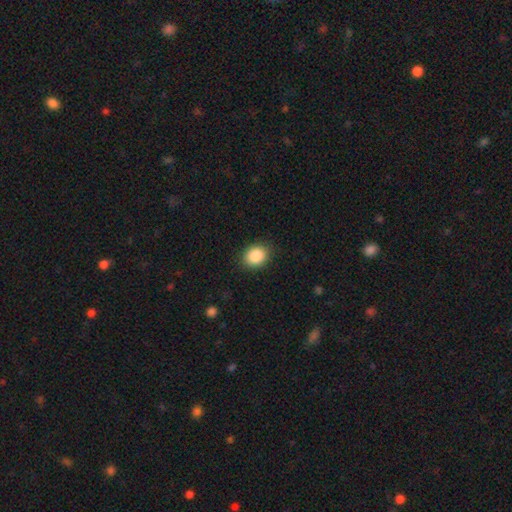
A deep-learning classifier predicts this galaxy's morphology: The model was most divided on "how rounded": round: 50%, in between: 49%, cigar-shaped: 1%. More confident: merging — none (87%); smooth or featured — smooth (87%).